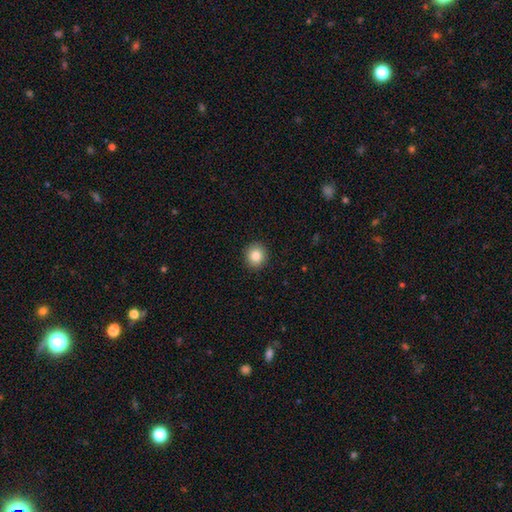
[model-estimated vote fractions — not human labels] Smooth or featured?
  - smooth: 84% *
  - star or artifact: 9%
  - featured or disk: 6%
How rounded?
  - round: 87% *
  - in between: 12%
  - cigar-shaped: 1%
Merging?
  - none: 92% *
  - minor disturbance: 5%
  - major disturbance: 2%
  - merger: 1%